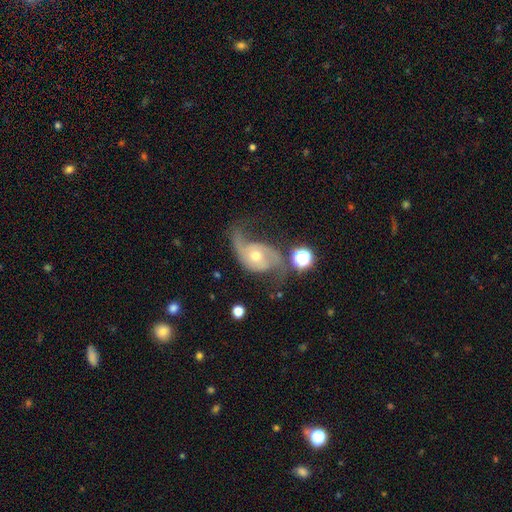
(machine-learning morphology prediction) Q: Smooth or featured?
A: featured or disk (84%); runner-up: smooth (8%)
Q: Edge-on disk?
A: no (97%); runner-up: yes (3%)
Q: Bar?
A: no (66%); runner-up: weak (26%)
Q: Spiral arms?
A: yes (95%); runner-up: no (5%)
Q: Spiral winding?
A: loose (52%); runner-up: medium (37%)
Q: Spiral arm count?
A: 2 (85%); runner-up: 1 (6%)
Q: Bulge size?
A: moderate (51%); runner-up: small (44%)
Q: Merging?
A: none (50%); runner-up: minor disturbance (23%)